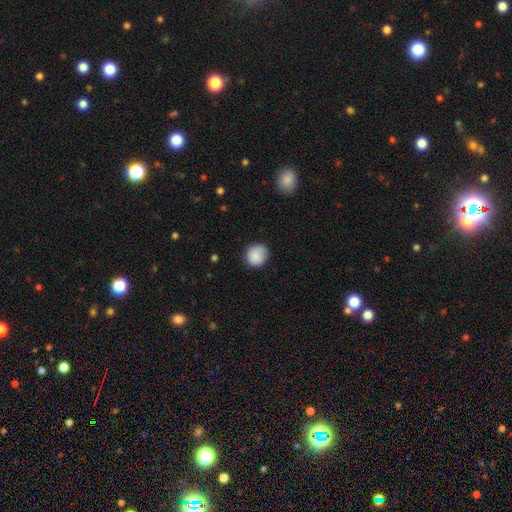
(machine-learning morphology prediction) This is clearly a smooth galaxy (86%). How rounded: clearly round (90%). Merging: clearly none (82%).